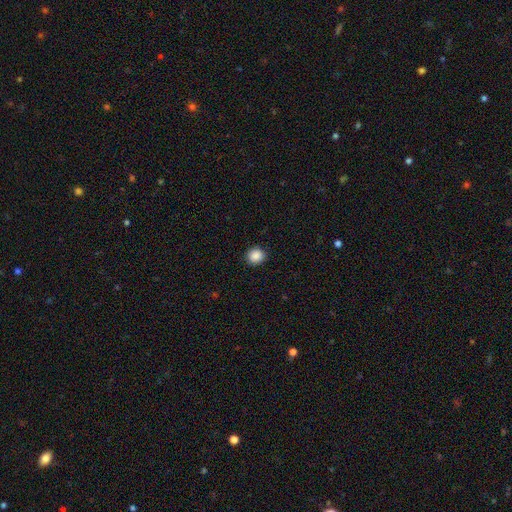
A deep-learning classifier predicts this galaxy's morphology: This appears to be a smooth galaxy with no disk features (88%) that is round (88%). Merging: none (91%).